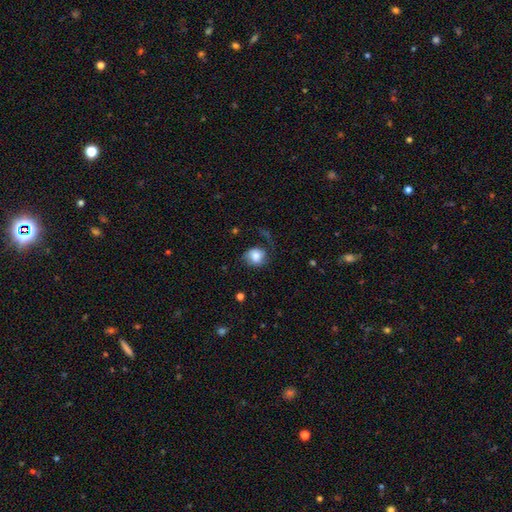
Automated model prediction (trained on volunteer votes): Smooth or featured: smooth — 73% (featured or disk — 19%)
How rounded: round — 68% (in between — 32%)
Merging: none — 52% (minor disturbance — 27%)